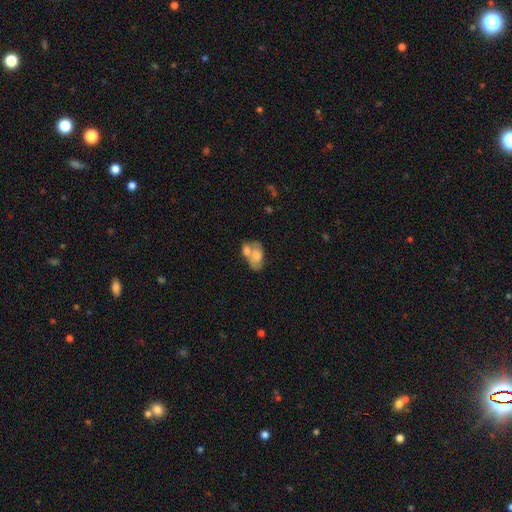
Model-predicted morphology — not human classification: The model was most divided on "smooth or featured": smooth: 61%, featured or disk: 31%, star or artifact: 8%. More confident: how rounded — in between (88%); merging — merger (61%).